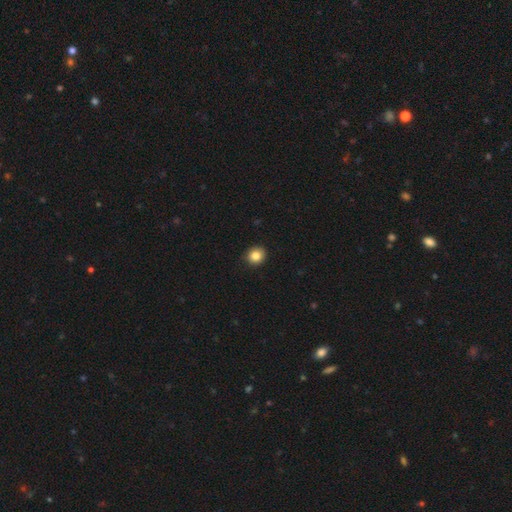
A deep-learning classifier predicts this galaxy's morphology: Smooth or featured?
  - smooth: 84% *
  - star or artifact: 10%
  - featured or disk: 5%
How rounded?
  - round: 82% *
  - in between: 17%
  - cigar-shaped: 1%
Merging?
  - none: 90% *
  - minor disturbance: 7%
  - major disturbance: 2%
  - merger: 1%